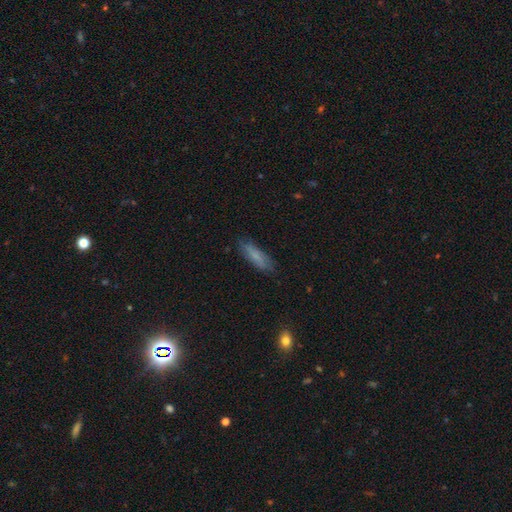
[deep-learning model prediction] This is likely a smooth galaxy (71%). How rounded: likely cigar-shaped (61%). Merging: clearly none (81%).